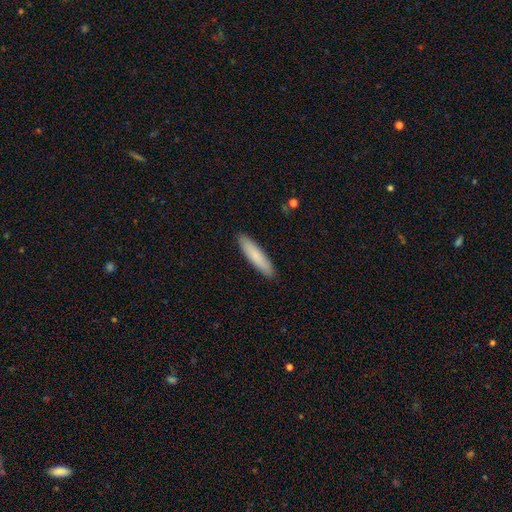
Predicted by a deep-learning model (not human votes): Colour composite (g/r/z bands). It shows a smooth galaxy with no disk features (83%) that is cigar-shaped (83%). Merging: none (91%).